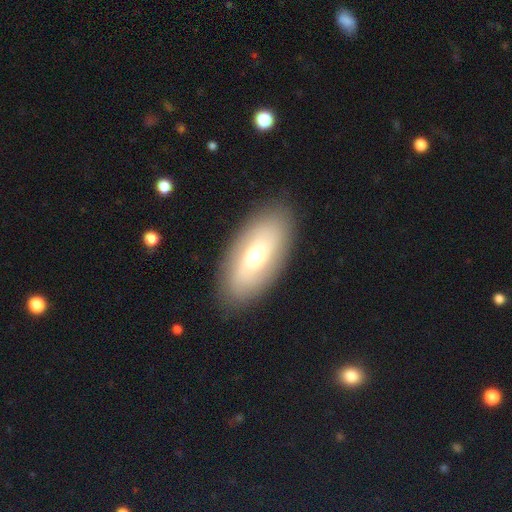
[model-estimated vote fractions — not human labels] smooth-or-featured: smooth: 51% | featured or disk: 41% | star or artifact: 8%
  how-rounded: in between: 89% | cigar-shaped: 8% | round: 4%
  merging: none: 86% | minor disturbance: 10% | major disturbance: 3% | merger: 1%